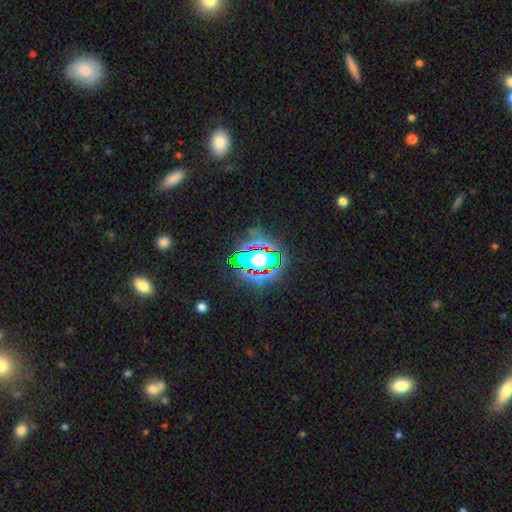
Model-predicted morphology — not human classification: This is likely a star or artifact rather than a galaxy (79%).